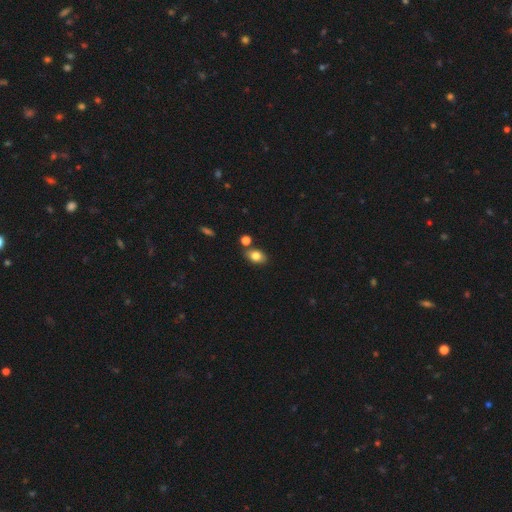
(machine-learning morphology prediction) This is clearly a smooth galaxy (81%). How rounded: clearly in between (83%). Merging: likely none (74%).